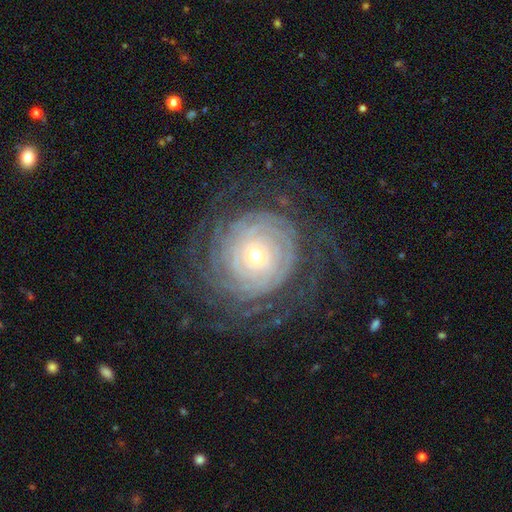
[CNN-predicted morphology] This is clearly a featured or disk galaxy (87%). It is clearly not viewed edge-on (97%). Bar: likely no (74%). Spiral arm pattern: clearly yes (96%). Spiral arm count: marginally can't tell (35%). Spiral winding: clearly tight (86%). Central bulge: possibly small (60%). Merging: likely none (76%).